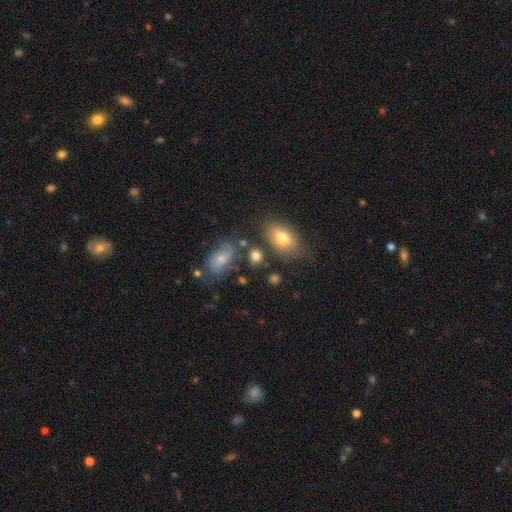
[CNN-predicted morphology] smooth_or_featured: smooth (p=0.77) [alt: featured or disk p=0.12]
how_rounded: in between (p=0.68) [alt: round p=0.29]
merging: none (p=0.64) [alt: minor disturbance p=0.17]